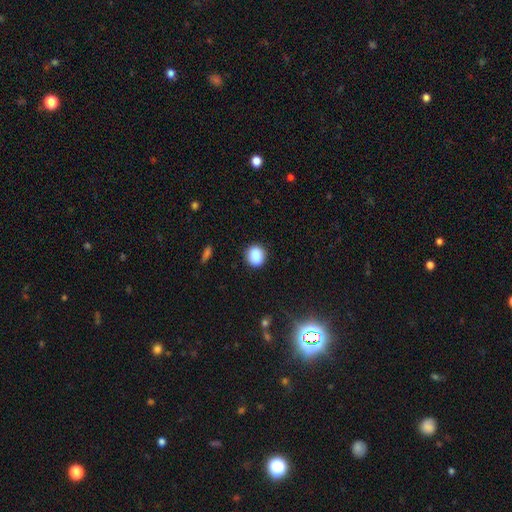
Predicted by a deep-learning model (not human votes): Smooth or featured? Predicted: smooth (p=0.87). How rounded? Predicted: round (p=0.73). Merging? Predicted: none (p=0.87).